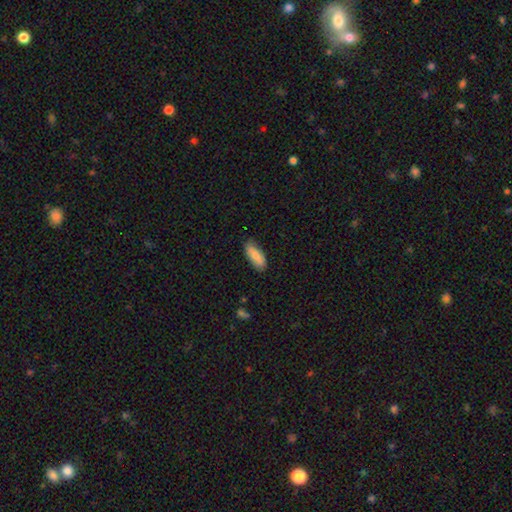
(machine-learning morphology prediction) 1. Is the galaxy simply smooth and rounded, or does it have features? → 82% smooth, 12% featured or disk, 6% star or artifact.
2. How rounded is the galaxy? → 75% in between, 23% cigar-shaped, 2% round.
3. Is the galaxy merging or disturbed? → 81% none, 15% minor disturbance, 3% major disturbance, 1% merger.